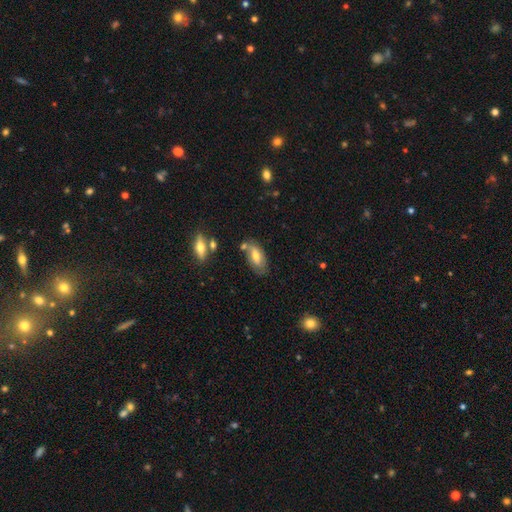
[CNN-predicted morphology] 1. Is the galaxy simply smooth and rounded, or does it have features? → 50% smooth, 42% featured or disk, 8% star or artifact.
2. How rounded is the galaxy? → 87% in between, 9% cigar-shaped, 3% round.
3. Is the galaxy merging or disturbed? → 61% none, 23% minor disturbance, 9% merger, 7% major disturbance.